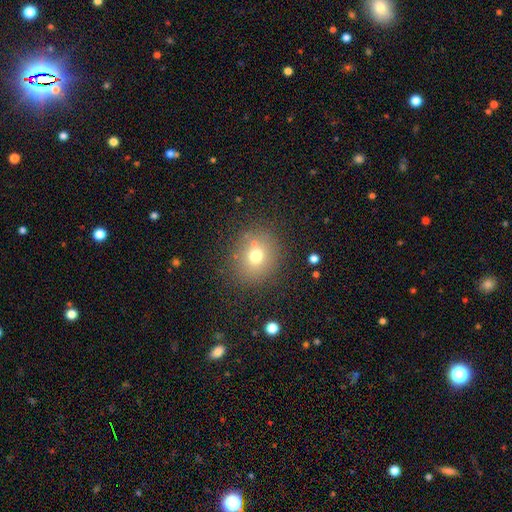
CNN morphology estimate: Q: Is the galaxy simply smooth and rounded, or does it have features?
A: smooth — 70%.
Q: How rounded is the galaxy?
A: round — 79%.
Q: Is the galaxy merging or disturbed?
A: none — 80%.